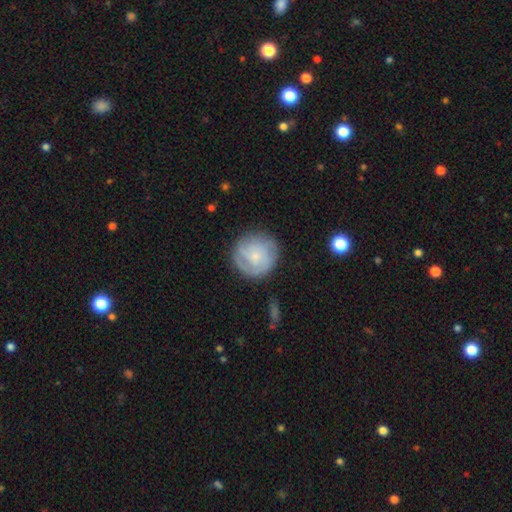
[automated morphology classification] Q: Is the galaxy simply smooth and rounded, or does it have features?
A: featured or disk — 54%.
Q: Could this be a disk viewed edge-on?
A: no — 98%.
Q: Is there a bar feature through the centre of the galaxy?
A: no — 74%.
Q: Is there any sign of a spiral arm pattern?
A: yes — 80%.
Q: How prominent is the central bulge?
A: small — 62%.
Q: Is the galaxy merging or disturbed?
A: none — 78%.